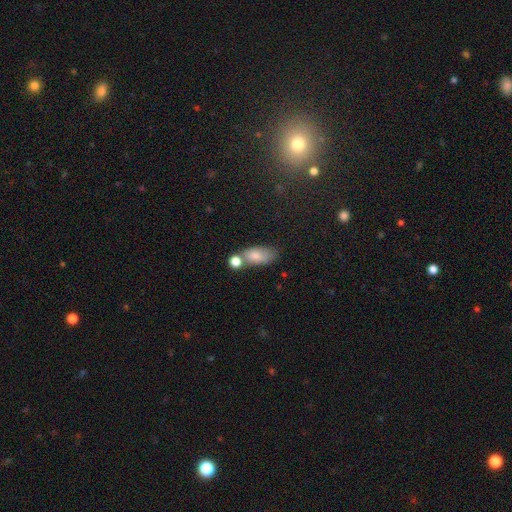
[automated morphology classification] This is clearly a smooth galaxy (80%). How rounded: clearly in between (85%). Merging: possibly none (47%).